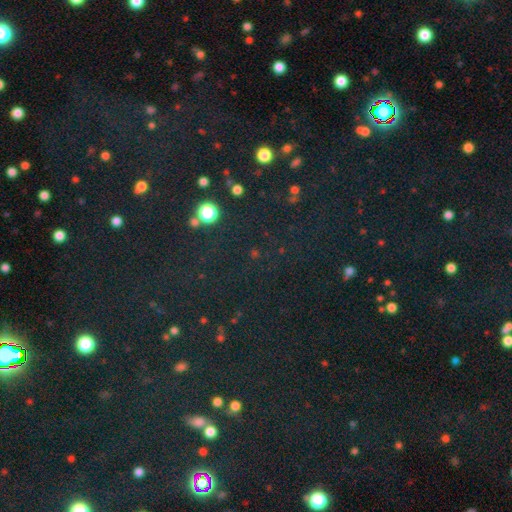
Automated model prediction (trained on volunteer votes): The model was most divided on "smooth or featured": star or artifact: 77%, smooth: 16%, featured or disk: 7%.